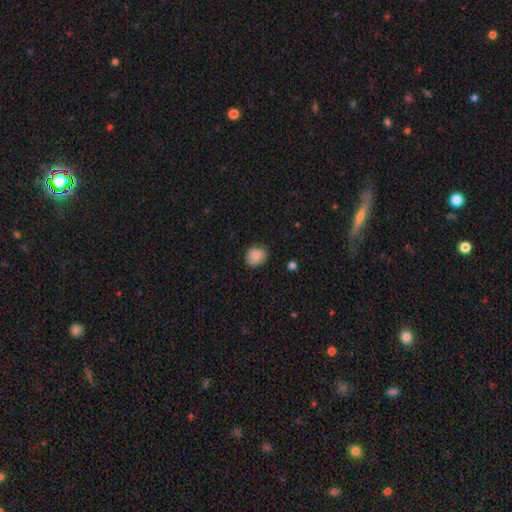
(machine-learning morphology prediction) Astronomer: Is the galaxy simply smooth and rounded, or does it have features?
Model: smooth — 84%.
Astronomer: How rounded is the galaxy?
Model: round — 74%.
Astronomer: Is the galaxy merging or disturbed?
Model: none — 78%.